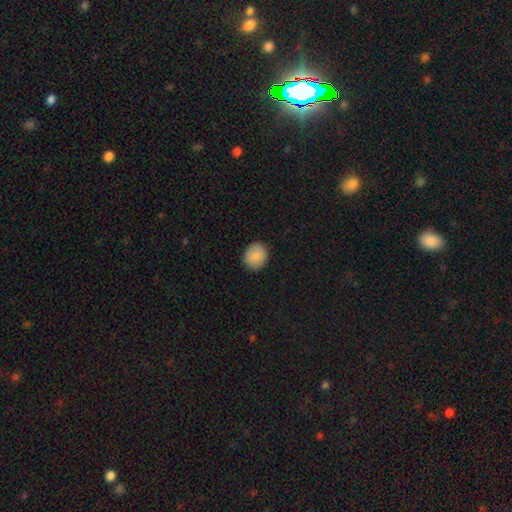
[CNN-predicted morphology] smooth-or-featured: smooth: 88% | star or artifact: 7% | featured or disk: 5%
  how-rounded: round: 79% | in between: 20% | cigar-shaped: 1%
  merging: none: 90% | minor disturbance: 7% | major disturbance: 2% | merger: 1%